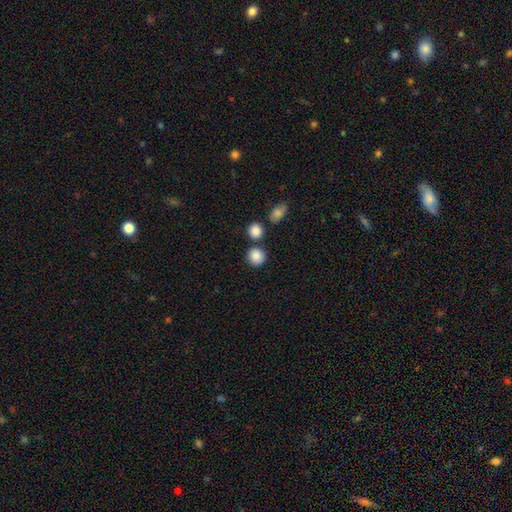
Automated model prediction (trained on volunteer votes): A smooth galaxy with no disk features (86%) that is round (89%). Merging: none (79%).